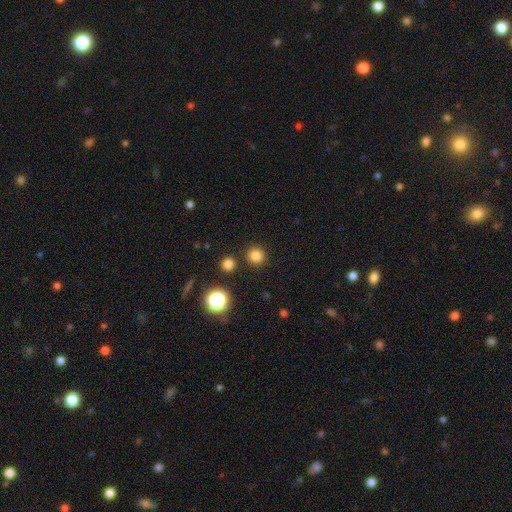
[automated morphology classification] smooth_or_featured: smooth (p=0.81) [alt: star or artifact p=0.15]
how_rounded: round (p=0.93) [alt: in between p=0.06]
merging: none (p=0.87) [alt: minor disturbance p=0.06]